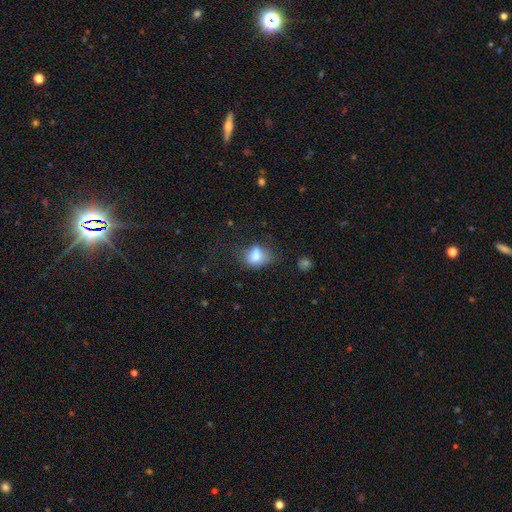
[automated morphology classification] type=smooth (75%); roundness=in between (62%); merging=none (39%).